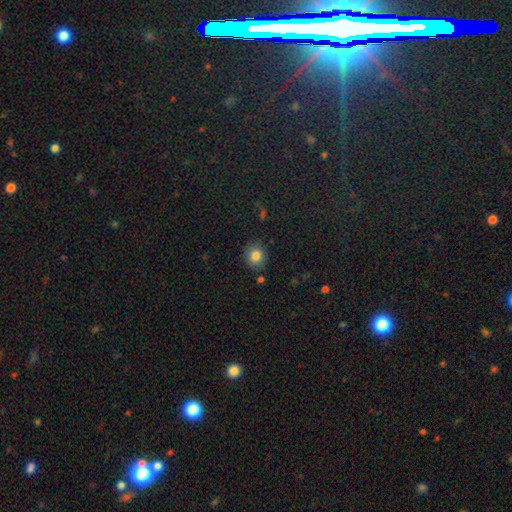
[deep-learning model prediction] This appears to be a smooth galaxy with no disk features (83%) that is round (81%). Merging: none (84%).